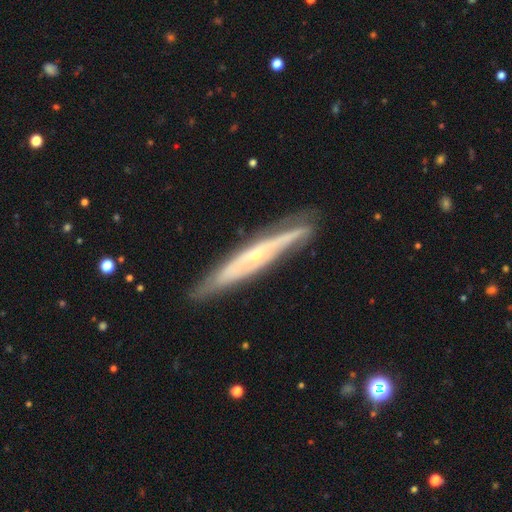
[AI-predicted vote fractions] Smooth or featured? Predicted: featured or disk (p=0.75). Edge-on disk? Predicted: yes (p=0.69). Edge-on bulge? Predicted: rounded (p=0.56). Merging? Predicted: none (p=0.76).